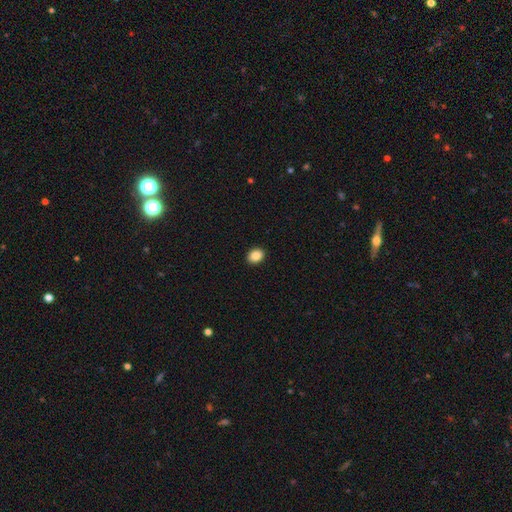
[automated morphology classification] type=smooth (88%); roundness=in between (54%); merging=none (92%).